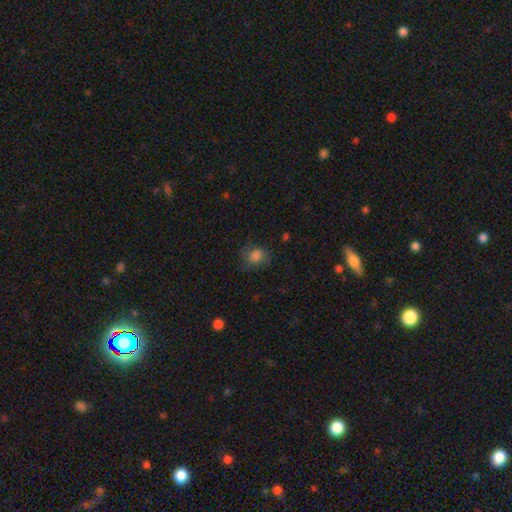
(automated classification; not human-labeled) Smooth or featured? Predicted: smooth (p=0.73). How rounded? Predicted: round (p=0.58). Merging? Predicted: none (p=0.63).